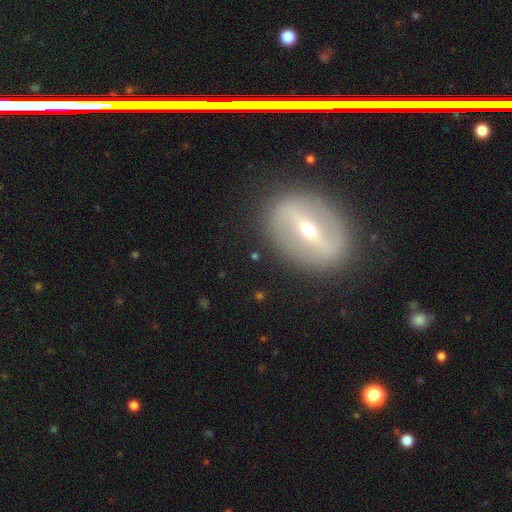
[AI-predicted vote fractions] This appears to be a featured or disk galaxy (73%) with a strong bar (69%), no spiral arms (65%) and a small central bulge (52%). Merging: none (85%).